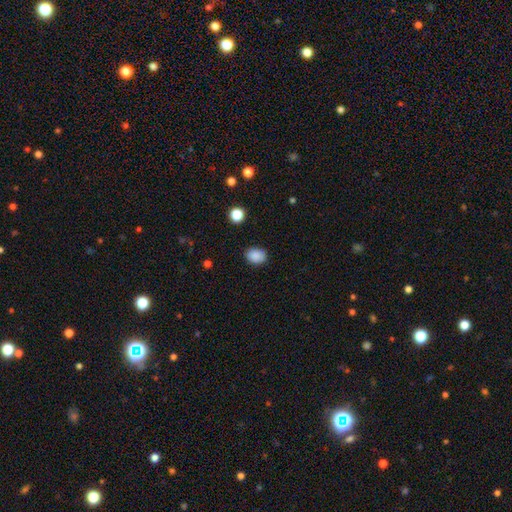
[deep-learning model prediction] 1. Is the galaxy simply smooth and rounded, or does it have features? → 88% smooth, 9% star or artifact, 3% featured or disk.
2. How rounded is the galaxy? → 64% in between, 36% round, 1% cigar-shaped.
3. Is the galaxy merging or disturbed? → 85% none, 11% minor disturbance, 3% major disturbance, 1% merger.